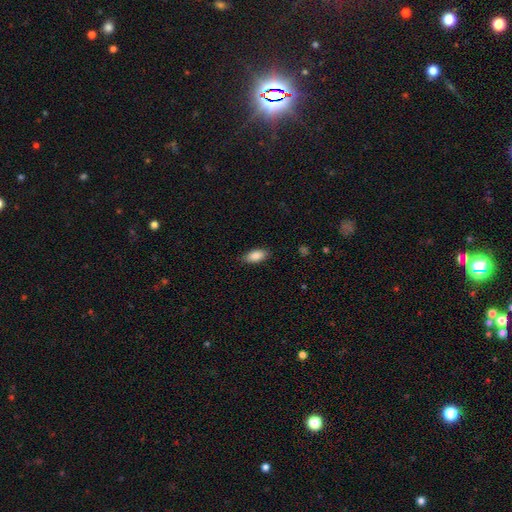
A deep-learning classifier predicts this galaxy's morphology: Overall: smooth (87%). How rounded: in between (89%). Merging: none (83%).